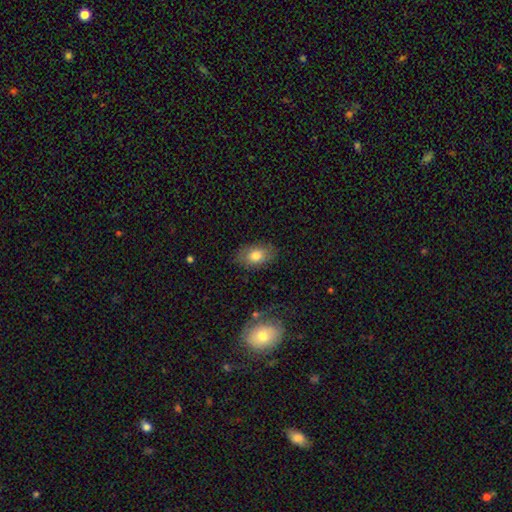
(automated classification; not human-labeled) Smooth or featured: smooth — 75% (featured or disk — 17%)
How rounded: in between — 89% (round — 10%)
Merging: none — 80% (minor disturbance — 14%)